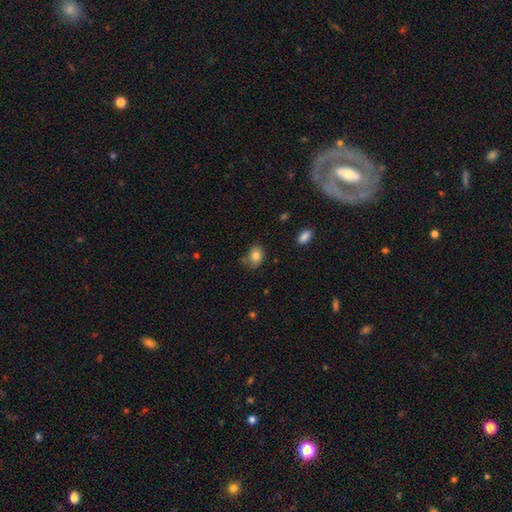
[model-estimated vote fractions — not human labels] A smooth galaxy with no disk features (82%) that is in between round and cigar-shaped (64%).

Vote fractions:
- Smooth or featured? smooth: 82% / star or artifact: 9% / featured or disk: 9%
- How rounded? in between: 64% / round: 35% / cigar-shaped: 1%
- Merging? none: 70% / minor disturbance: 22% / major disturbance: 4% / merger: 4%